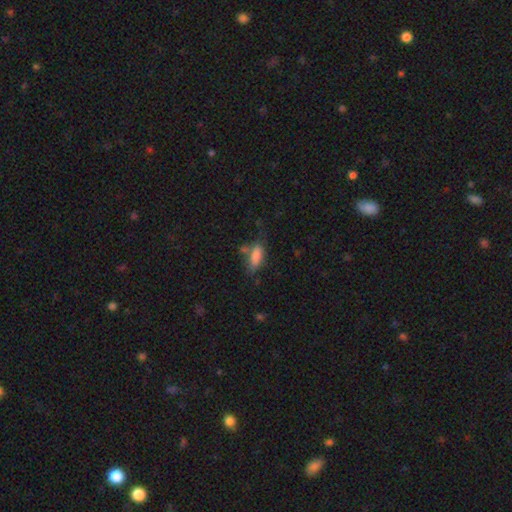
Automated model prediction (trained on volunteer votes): smooth_or_featured: smooth (p=0.81) [alt: featured or disk p=0.10]
how_rounded: in between (p=0.69) [alt: cigar-shaped p=0.28]
merging: none (p=0.56) [alt: minor disturbance p=0.24]